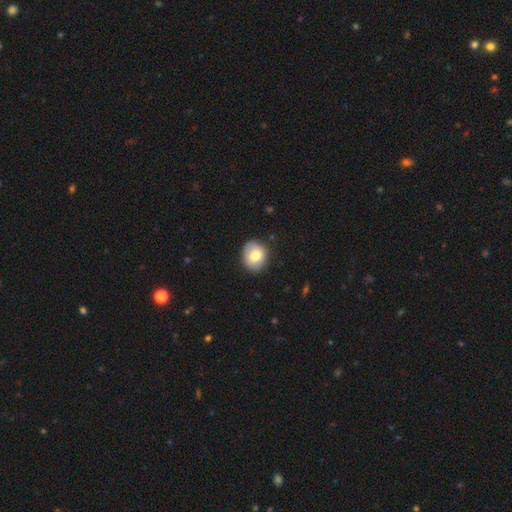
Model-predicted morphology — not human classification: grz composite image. It shows a smooth galaxy with no disk features (76%) that is round (68%). Merging: none (82%).